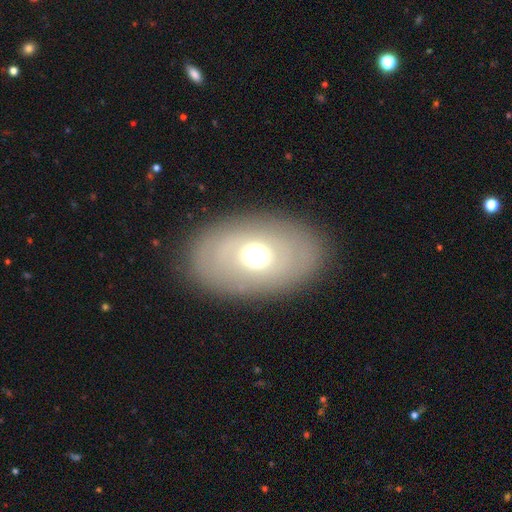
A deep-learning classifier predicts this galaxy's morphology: Smooth or featured? smooth (52%)
How rounded? in between (83%)
Merging? none (82%)